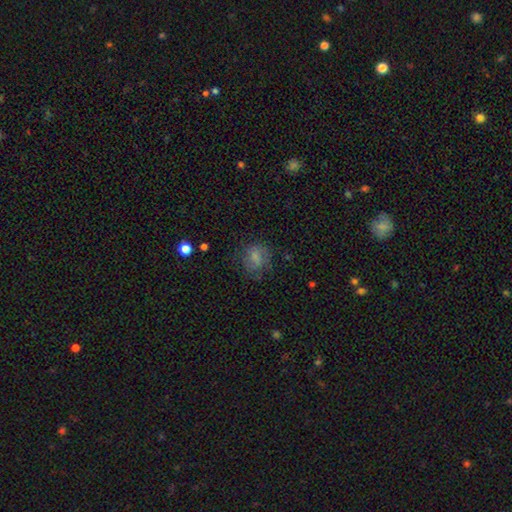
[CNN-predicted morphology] A smooth galaxy with no disk features (55%) that is round (64%).

Vote fractions:
- Smooth or featured? smooth: 55% / featured or disk: 24% / star or artifact: 20%
- How rounded? round: 64% / in between: 34% / cigar-shaped: 2%
- Merging? none: 72% / minor disturbance: 17% / major disturbance: 10% / merger: 1%